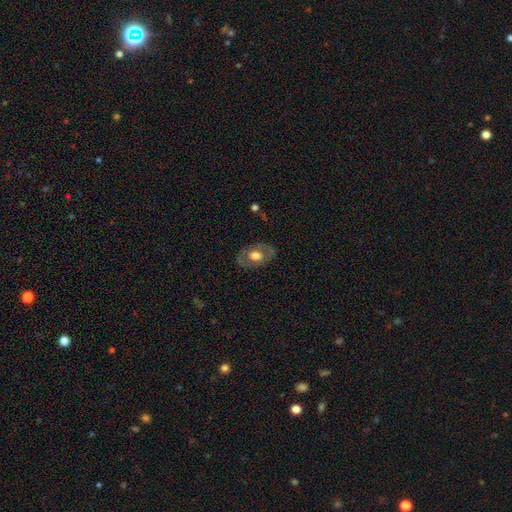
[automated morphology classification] A smooth galaxy with no disk features (51%) that is in between round and cigar-shaped (79%).

Vote fractions:
- Smooth or featured? smooth: 51% / featured or disk: 43% / star or artifact: 7%
- How rounded? in between: 79% / round: 20% / cigar-shaped: 1%
- Merging? none: 79% / minor disturbance: 14% / major disturbance: 5% / merger: 1%